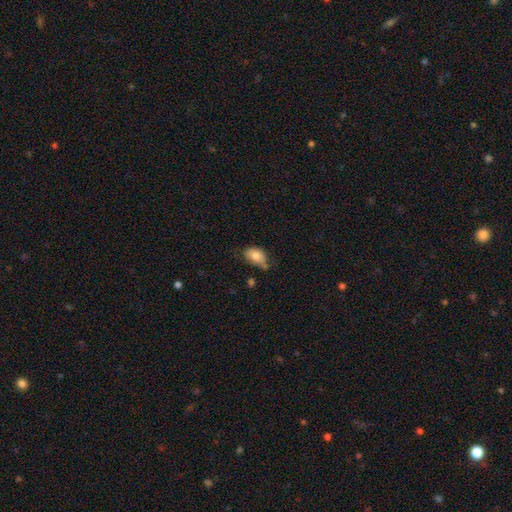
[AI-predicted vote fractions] Smooth or featured? Predicted: smooth (p=0.78). How rounded? Predicted: in between (p=0.87). Merging? Predicted: none (p=0.42).